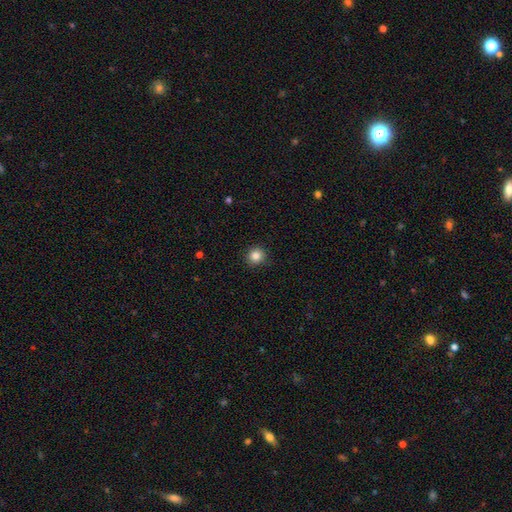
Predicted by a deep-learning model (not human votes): Smooth or featured: smooth — 85% (star or artifact — 11%)
How rounded: round — 93% (in between — 6%)
Merging: none — 91% (minor disturbance — 6%)